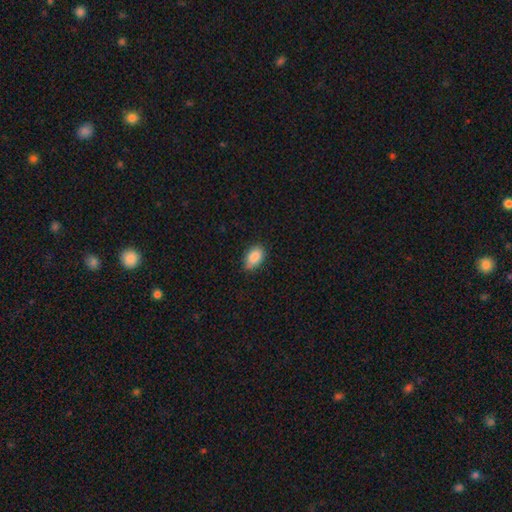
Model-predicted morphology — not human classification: Q: Smooth or featured?
A: smooth (88%); runner-up: star or artifact (7%)
Q: How rounded?
A: in between (89%); runner-up: round (9%)
Q: Merging?
A: none (79%); runner-up: minor disturbance (17%)